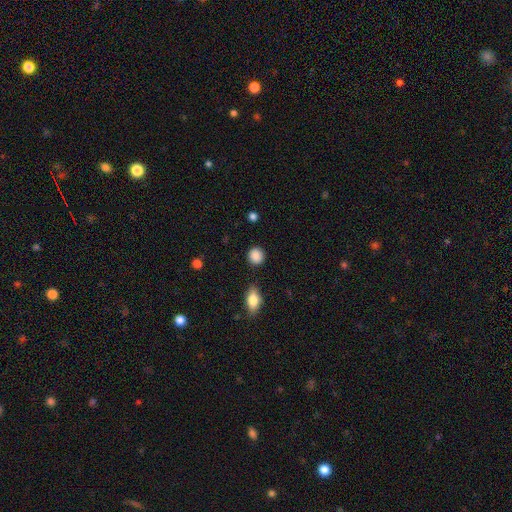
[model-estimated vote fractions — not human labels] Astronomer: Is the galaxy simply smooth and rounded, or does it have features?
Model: smooth — 88%.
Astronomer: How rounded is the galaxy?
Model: round — 88%.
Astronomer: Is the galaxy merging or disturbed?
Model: none — 87%.